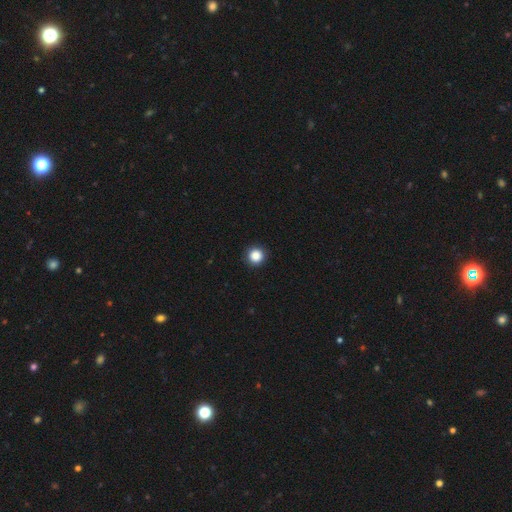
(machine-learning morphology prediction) smooth 87%, star or artifact 10%, featured or disk 3%. Down the decision tree: how rounded — round (96%); merging — none (92%).